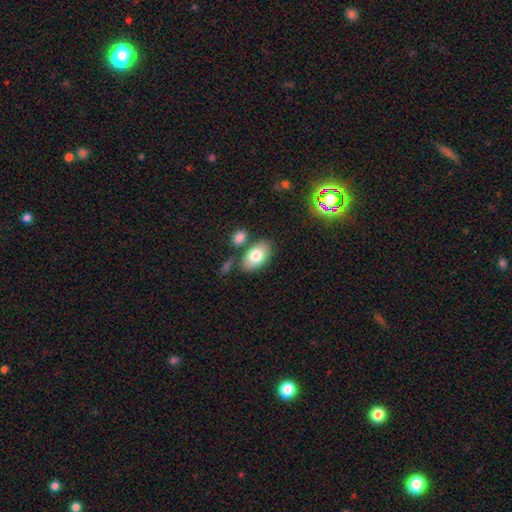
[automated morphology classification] Smooth or featured? smooth (79%)
How rounded? in between (90%)
Merging? none (70%)